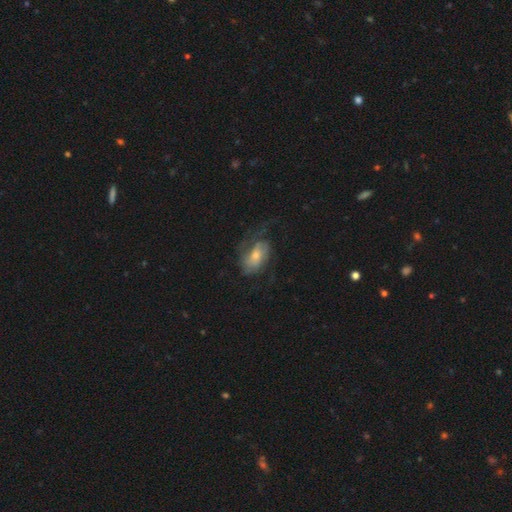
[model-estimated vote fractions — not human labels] smooth-or-featured: featured or disk: 60% | smooth: 32% | star or artifact: 7%
  disk-edge-on: no: 95% | yes: 5%
    bar: no: 59% | weak: 32% | strong: 9%
    has-spiral-arms: yes: 78% | no: 22%
    bulge-size: moderate: 48% | small: 40% | large: 7% | none: 3% | dominant: 1%
  merging: none: 43% | major disturbance: 34% | minor disturbance: 21% | merger: 2%